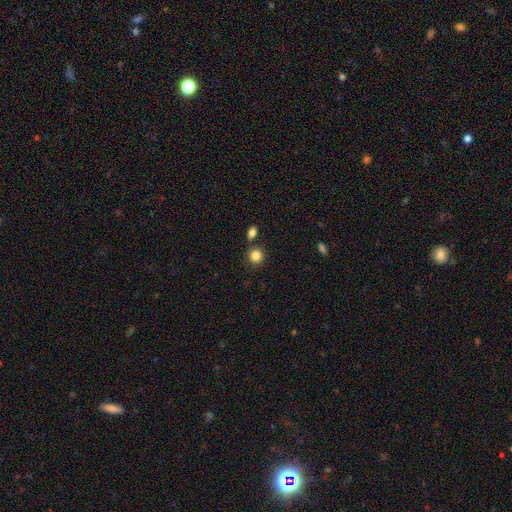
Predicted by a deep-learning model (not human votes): Smooth or featured: smooth — 85% (star or artifact — 10%)
How rounded: round — 88% (in between — 11%)
Merging: none — 79% (merger — 10%)